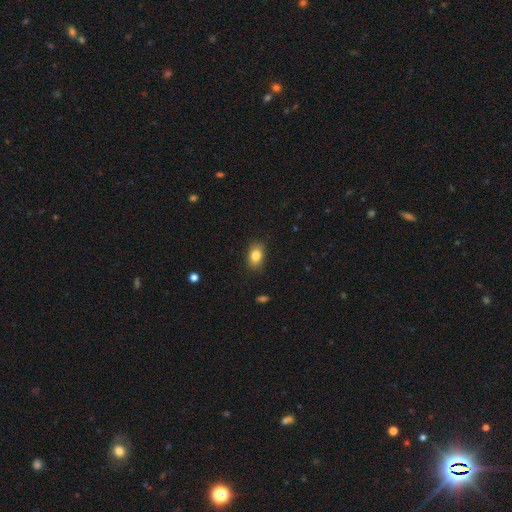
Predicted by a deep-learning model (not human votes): Smooth or featured? smooth (83%)
How rounded? in between (82%)
Merging? none (85%)